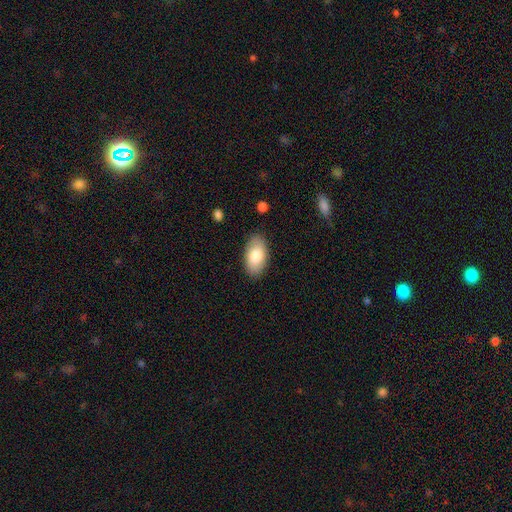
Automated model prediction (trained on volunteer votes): The model was most divided on "smooth or featured": smooth: 80%, featured or disk: 14%, star or artifact: 6%. More confident: how rounded — in between (95%); merging — none (86%).